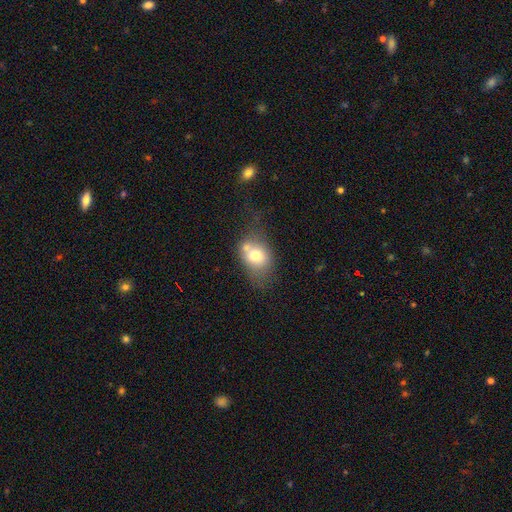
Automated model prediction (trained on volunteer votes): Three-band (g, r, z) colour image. It shows a smooth galaxy with no disk features (68%) that is in between round and cigar-shaped (59%). Merging: none (42%).